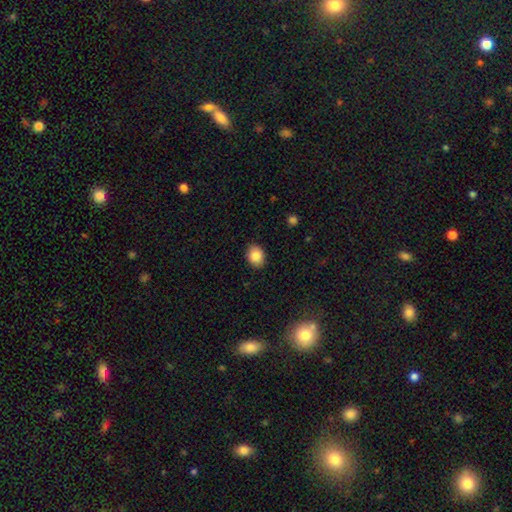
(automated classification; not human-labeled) Smooth or featured?
  - smooth: 85% *
  - star or artifact: 9%
  - featured or disk: 6%
How rounded?
  - in between: 53% *
  - round: 46%
  - cigar-shaped: 1%
Merging?
  - none: 88% *
  - minor disturbance: 9%
  - major disturbance: 2%
  - merger: 1%